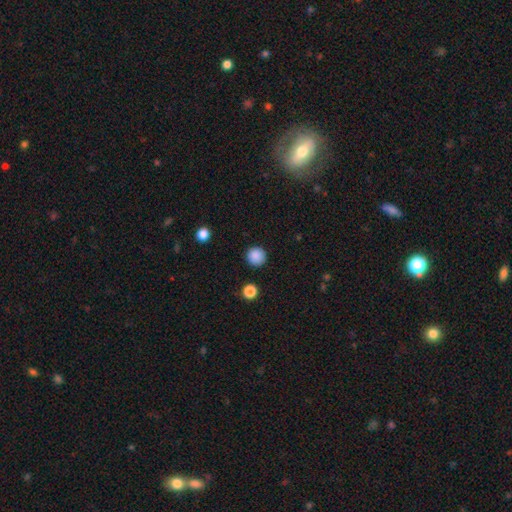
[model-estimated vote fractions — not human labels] This is clearly a smooth galaxy (88%). How rounded: clearly round (95%). Merging: clearly none (91%).